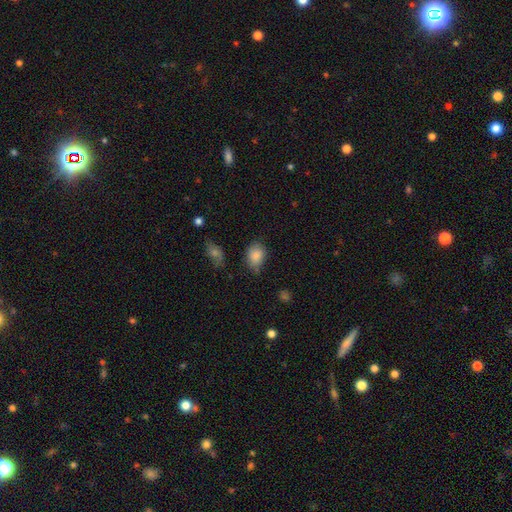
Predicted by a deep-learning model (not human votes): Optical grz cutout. It shows a smooth galaxy with no disk features (85%) that is in between round and cigar-shaped (70%). Merging: none (61%).